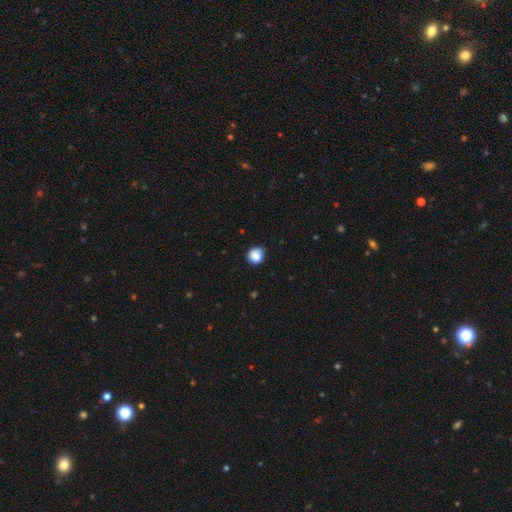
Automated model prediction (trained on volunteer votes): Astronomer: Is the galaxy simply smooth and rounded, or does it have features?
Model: smooth — 85%.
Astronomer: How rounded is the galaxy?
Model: round — 85%.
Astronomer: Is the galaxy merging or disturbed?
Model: none — 73%.